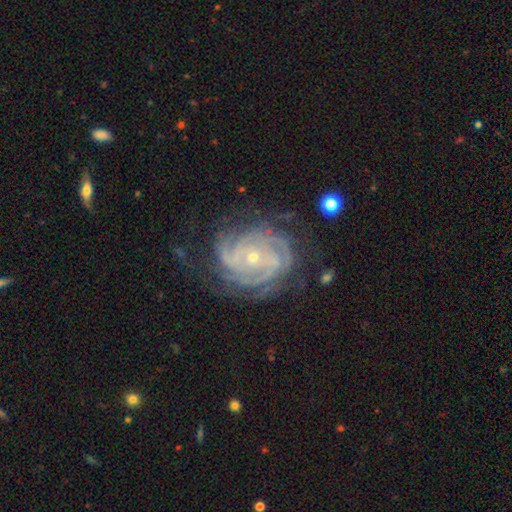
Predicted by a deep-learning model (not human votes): Smooth or featured: featured or disk — 88% (star or artifact — 7%)
Edge-on disk: no — 97% (yes — 3%)
Bar: no — 68% (weak — 23%)
Spiral arms: yes — 98% (no — 2%)
Spiral winding: tight — 74% (medium — 22%)
Spiral arm count: 3 — 22% (tied with 4 — 22%; can't tell — 22%)
Bulge size: small — 72% (moderate — 24%)
Merging: none — 72% (minor disturbance — 18%)